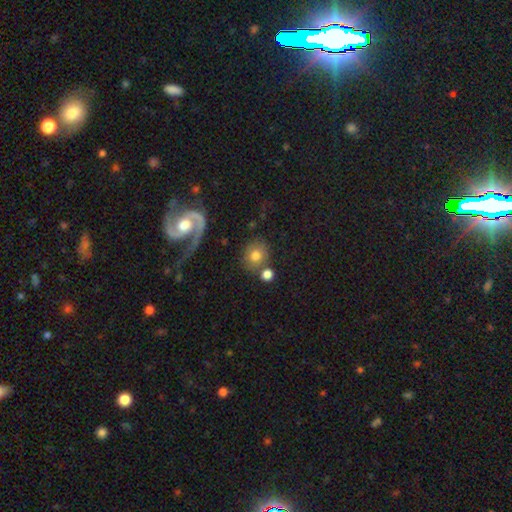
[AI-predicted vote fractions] The model was most divided on "merging": none: 66%, merger: 16%, minor disturbance: 12%, major disturbance: 6%. More confident: how rounded — round (81%); smooth or featured — smooth (72%).